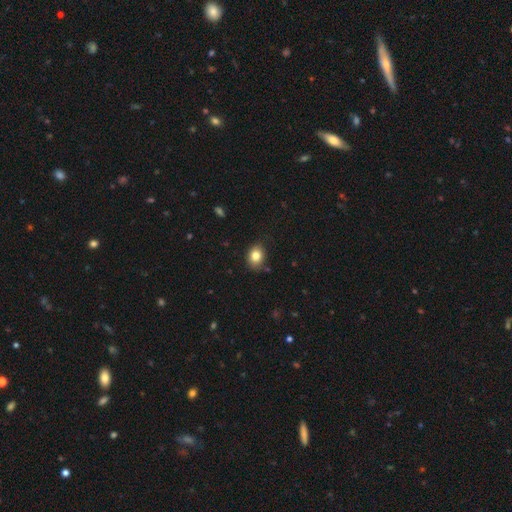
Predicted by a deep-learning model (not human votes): This appears to be a smooth galaxy with no disk features (81%) that is in between round and cigar-shaped (56%). Merging: none (81%).